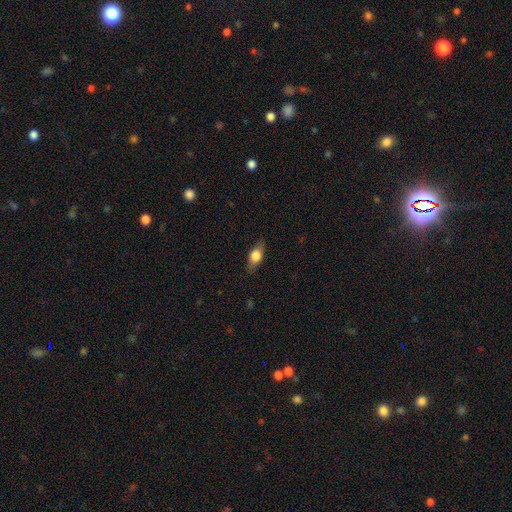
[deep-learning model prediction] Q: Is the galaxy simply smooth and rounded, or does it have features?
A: smooth — 68%.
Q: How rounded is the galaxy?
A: in between — 75%.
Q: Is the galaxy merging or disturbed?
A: none — 82%.